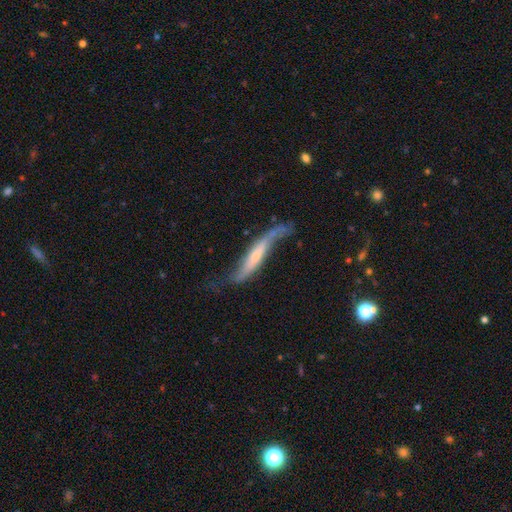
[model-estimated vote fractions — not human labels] This appears to be a featured or disk galaxy (69%) viewed edge-on (52%). Merging: none (42%).